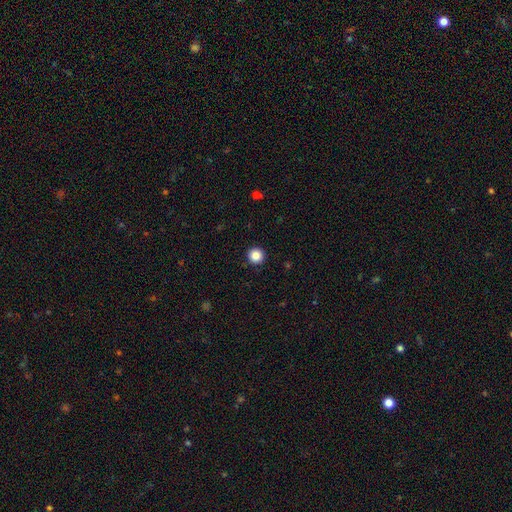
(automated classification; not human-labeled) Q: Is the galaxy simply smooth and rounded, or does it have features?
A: smooth — 87%.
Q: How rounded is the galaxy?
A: round — 96%.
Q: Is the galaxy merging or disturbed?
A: none — 93%.